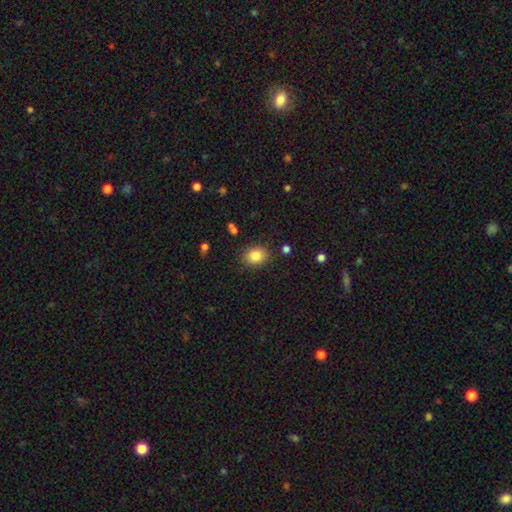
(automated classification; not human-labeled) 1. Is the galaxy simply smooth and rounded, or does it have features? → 84% smooth, 10% star or artifact, 6% featured or disk.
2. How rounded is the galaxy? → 52% round, 47% in between, 1% cigar-shaped.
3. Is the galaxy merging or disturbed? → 85% none, 10% minor disturbance, 3% major disturbance, 2% merger.